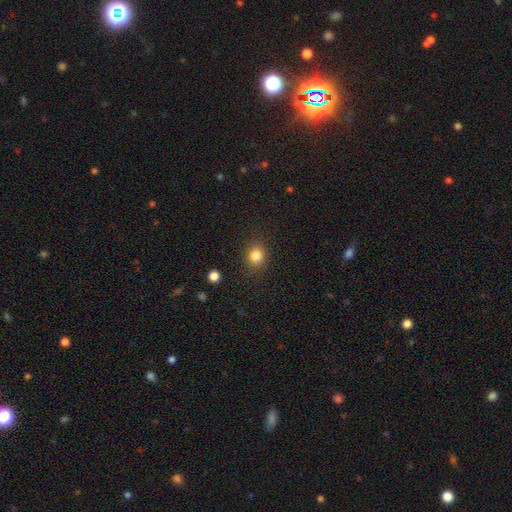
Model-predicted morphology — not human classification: Q: Smooth or featured?
A: smooth (82%); runner-up: star or artifact (12%)
Q: How rounded?
A: round (68%); runner-up: in between (31%)
Q: Merging?
A: none (84%); runner-up: minor disturbance (11%)